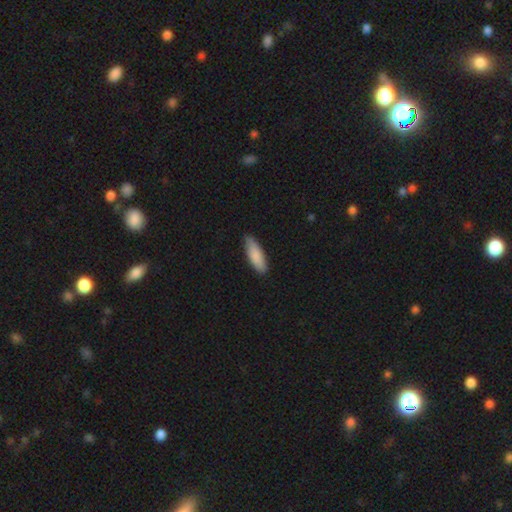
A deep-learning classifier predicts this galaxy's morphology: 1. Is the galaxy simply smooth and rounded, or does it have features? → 86% smooth, 9% featured or disk, 5% star or artifact.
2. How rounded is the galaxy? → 54% in between, 45% cigar-shaped, 2% round.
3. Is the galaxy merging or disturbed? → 82% none, 15% minor disturbance, 2% major disturbance, 1% merger.